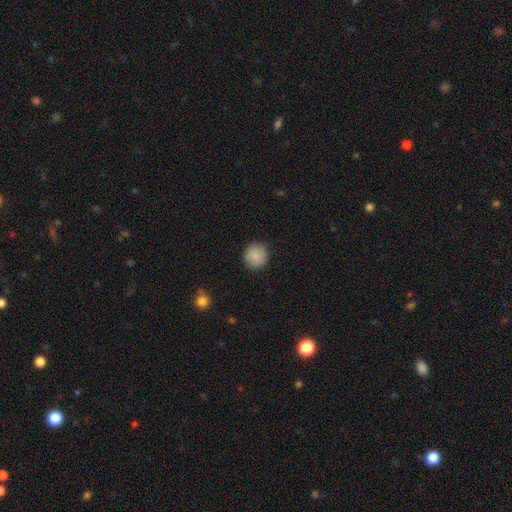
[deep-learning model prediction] Q: Smooth or featured?
A: smooth (87%); runner-up: star or artifact (8%)
Q: How rounded?
A: round (94%); runner-up: in between (5%)
Q: Merging?
A: none (90%); runner-up: minor disturbance (7%)